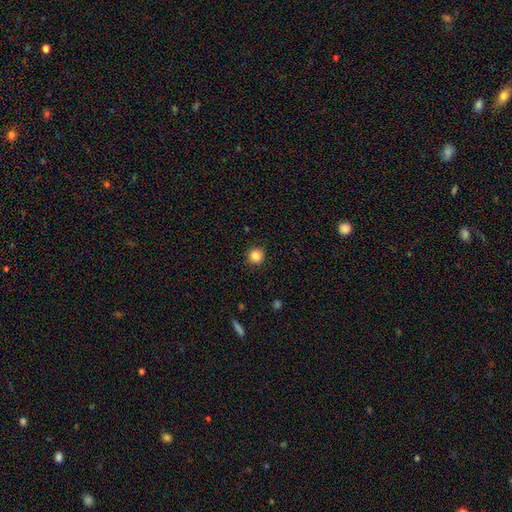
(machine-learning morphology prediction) Q: Smooth or featured?
A: smooth (85%); runner-up: star or artifact (11%)
Q: How rounded?
A: round (94%); runner-up: in between (5%)
Q: Merging?
A: none (91%); runner-up: minor disturbance (6%)